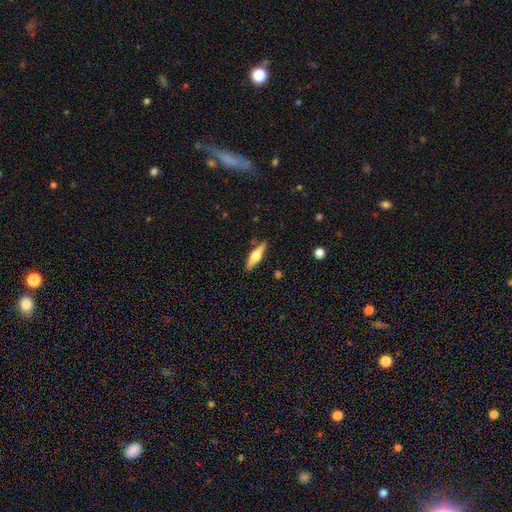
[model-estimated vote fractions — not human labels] This is possibly a featured or disk galaxy (54%). It is clearly viewed edge-on (95%). Edge-on bulge: clearly rounded (92%). Merging: clearly none (88%).